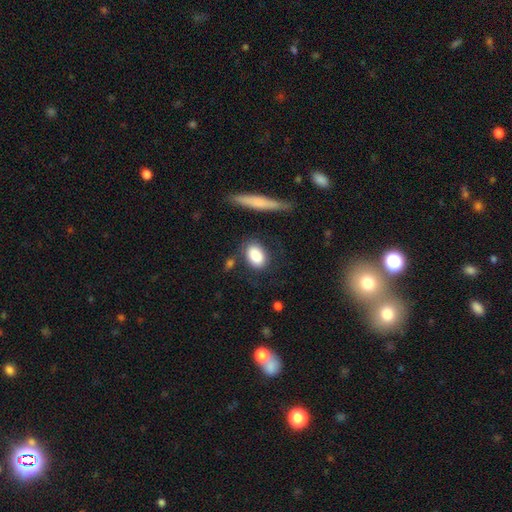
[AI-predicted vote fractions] smooth-or-featured: smooth: 86% | featured or disk: 7% | star or artifact: 7%
  how-rounded: in between: 79% | round: 18% | cigar-shaped: 3%
  merging: none: 72% | minor disturbance: 16% | merger: 6% | major disturbance: 6%